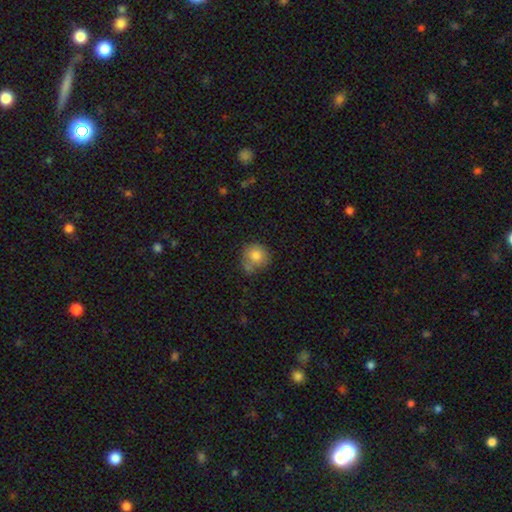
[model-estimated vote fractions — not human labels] The model was most divided on "merging": none: 60%, minor disturbance: 20%, merger: 14%, major disturbance: 5%. More confident: how rounded — round (88%); smooth or featured — smooth (80%).